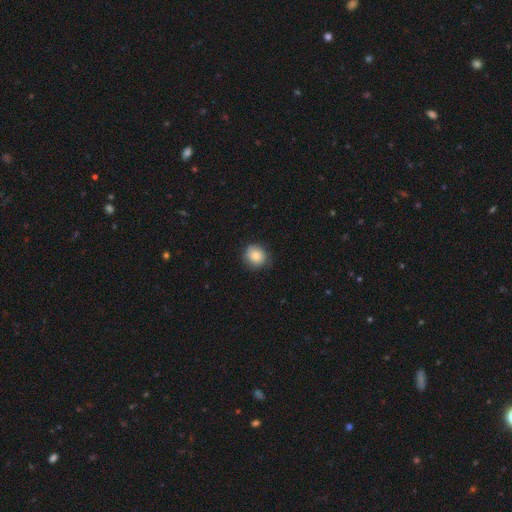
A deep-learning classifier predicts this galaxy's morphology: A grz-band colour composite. It shows a smooth galaxy with no disk features (82%) that is round (82%). Merging: none (79%).